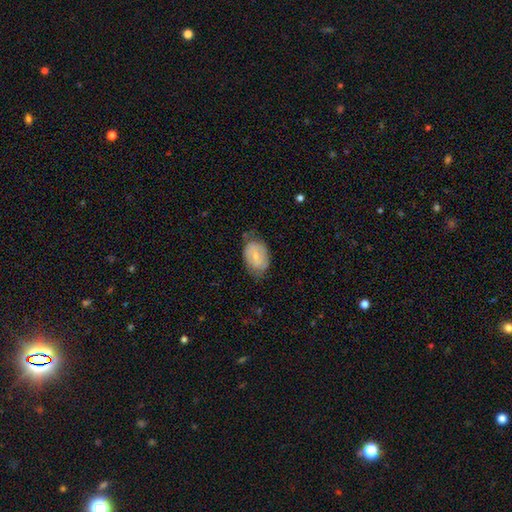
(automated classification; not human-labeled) Smooth or featured? Predicted: smooth (p=0.49). Merging? Predicted: none (p=0.60).